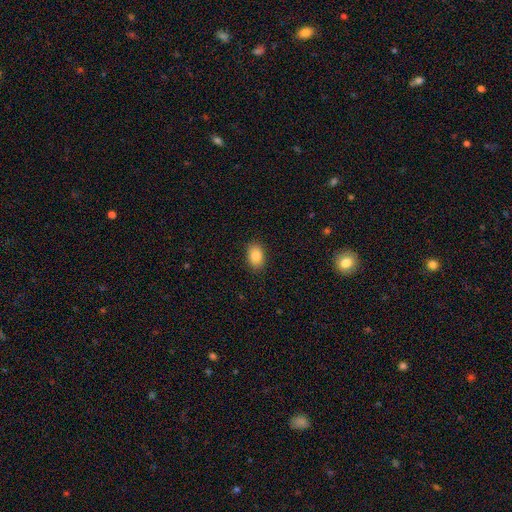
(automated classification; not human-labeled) Smooth or featured: smooth — 86% (star or artifact — 8%)
How rounded: in between — 85% (round — 14%)
Merging: none — 88% (minor disturbance — 9%)